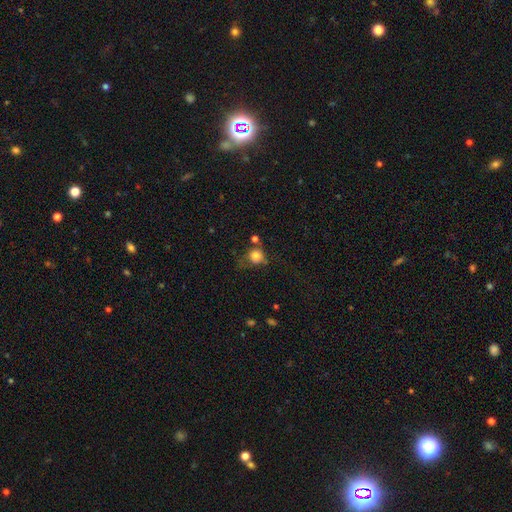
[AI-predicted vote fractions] Morphology: type=smooth (78%); roundness=round (84%); merging=none (52%).